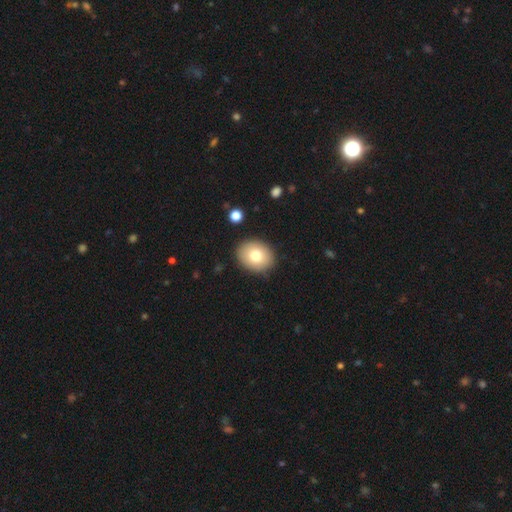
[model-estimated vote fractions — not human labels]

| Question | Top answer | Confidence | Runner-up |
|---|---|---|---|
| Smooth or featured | smooth | 77% | featured or disk (14%) |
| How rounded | in between | 51% | round (48%) |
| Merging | none | 88% | minor disturbance (8%) |